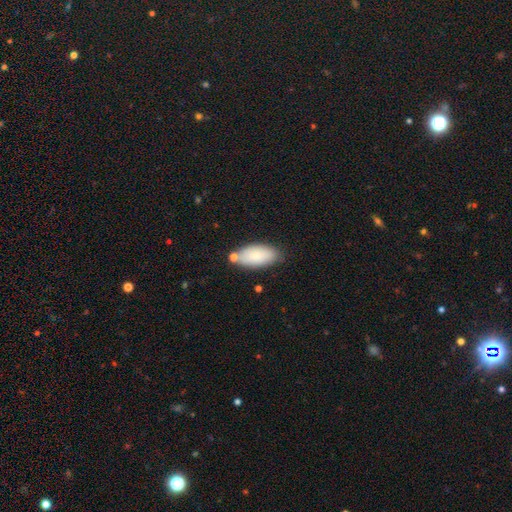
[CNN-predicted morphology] The model was most divided on "merging": none: 71%, minor disturbance: 17%, merger: 9%, major disturbance: 4%. More confident: how rounded — in between (91%); smooth or featured — smooth (84%).